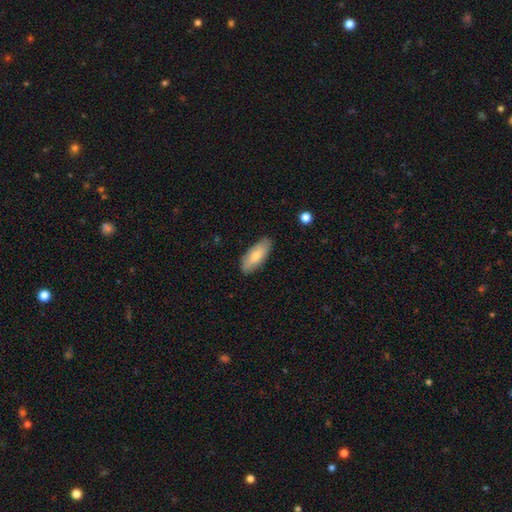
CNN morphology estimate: This appears to be a smooth galaxy with no disk features (76%) that is in between round and cigar-shaped (82%). Merging: none (85%).